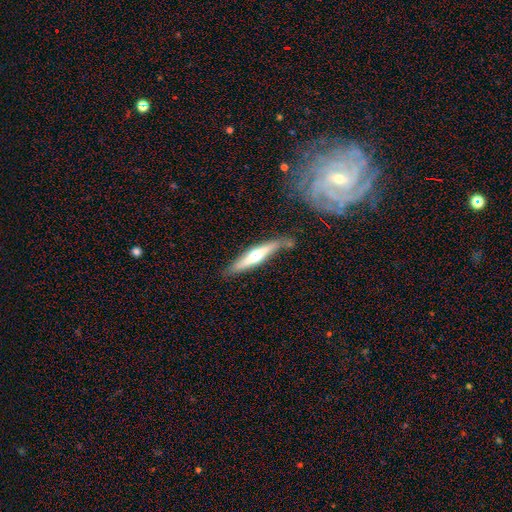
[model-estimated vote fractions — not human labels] Smooth or featured?
  - featured or disk: 56% *
  - smooth: 39%
  - star or artifact: 5%
Edge-on disk?
  - yes: 91% *
  - no: 9%
Edge-on bulge?
  - rounded: 89% *
  - none: 7%
  - boxy: 4%
Merging?
  - none: 73% *
  - minor disturbance: 17%
  - merger: 5%
  - major disturbance: 4%